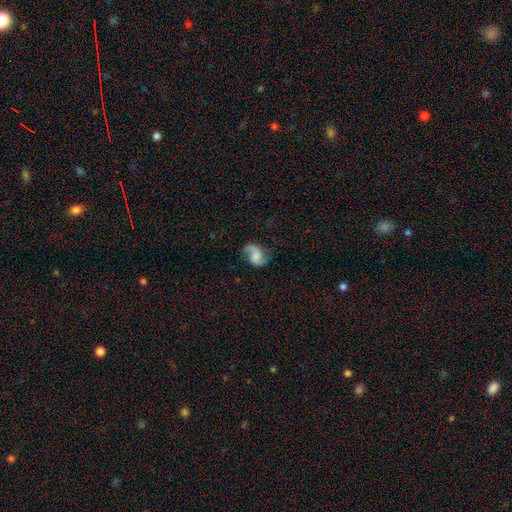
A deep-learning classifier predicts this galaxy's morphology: This appears to be a featured or disk galaxy (66%) with no bar (55%), 2 (81%) loose (57%) spiral arms (94%) and no central bulge (31%). Merging: none (65%).